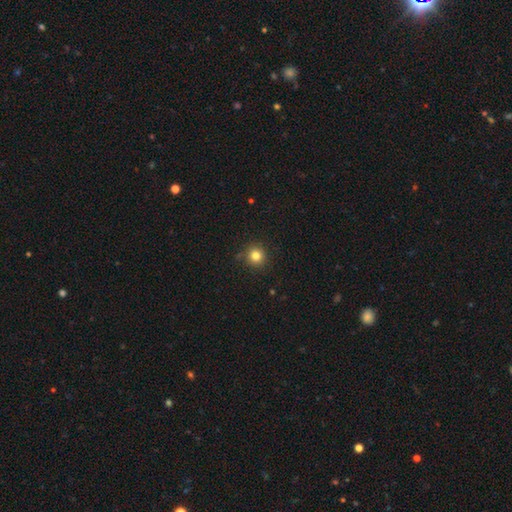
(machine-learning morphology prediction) Smooth or featured? Predicted: smooth (p=0.81). How rounded? Predicted: round (p=0.94). Merging? Predicted: none (p=0.88).